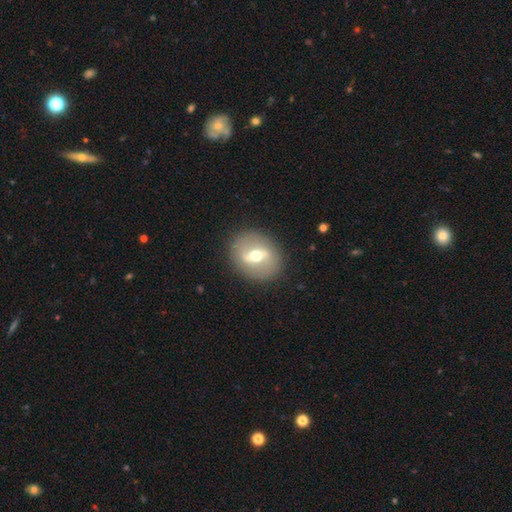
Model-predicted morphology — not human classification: Smooth or featured?
  - featured or disk: 62% *
  - smooth: 30%
  - star or artifact: 8%
Edge-on disk?
  - no: 85% *
  - yes: 15%
Bar?
  - strong: 53% *
  - weak: 36%
  - no: 11%
Spiral arms?
  - no: 73% *
  - yes: 27%
Bulge size?
  - moderate: 71% *
  - small: 16%
  - large: 11%
  - dominant: 1%
  - none: 1%
Merging?
  - none: 87% *
  - minor disturbance: 8%
  - major disturbance: 4%
  - merger: 1%